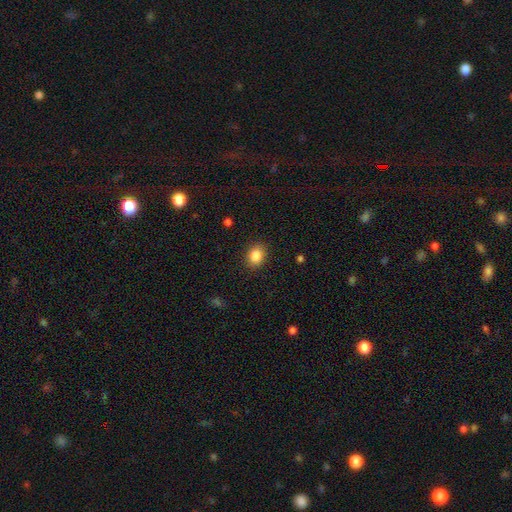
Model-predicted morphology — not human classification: Q: Smooth or featured?
A: smooth (86%); runner-up: star or artifact (9%)
Q: How rounded?
A: in between (52%); runner-up: round (47%)
Q: Merging?
A: none (88%); runner-up: minor disturbance (8%)